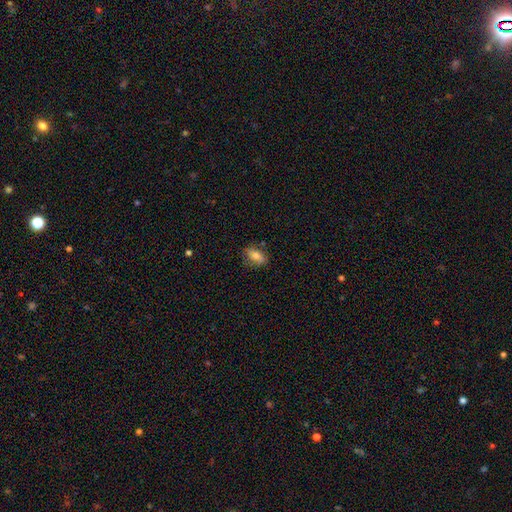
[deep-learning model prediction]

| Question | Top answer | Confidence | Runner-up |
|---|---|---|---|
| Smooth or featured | smooth | 71% | featured or disk (21%) |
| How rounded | in between | 85% | round (10%) |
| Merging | none | 76% | minor disturbance (17%) |